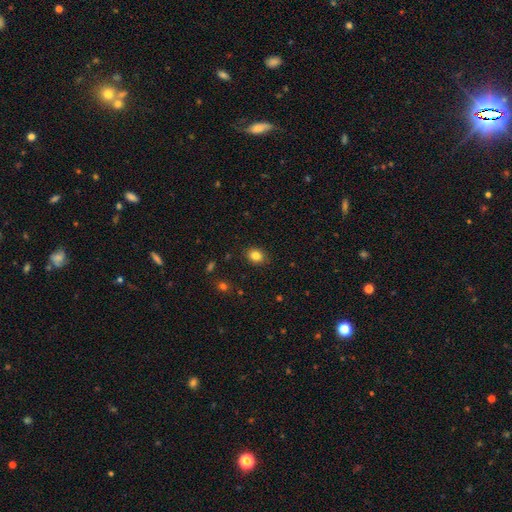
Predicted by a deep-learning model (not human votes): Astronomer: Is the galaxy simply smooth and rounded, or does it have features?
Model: smooth — 83%.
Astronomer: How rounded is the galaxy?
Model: round — 53% (runner-up: in between, 46%).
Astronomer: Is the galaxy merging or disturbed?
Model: none — 88%.